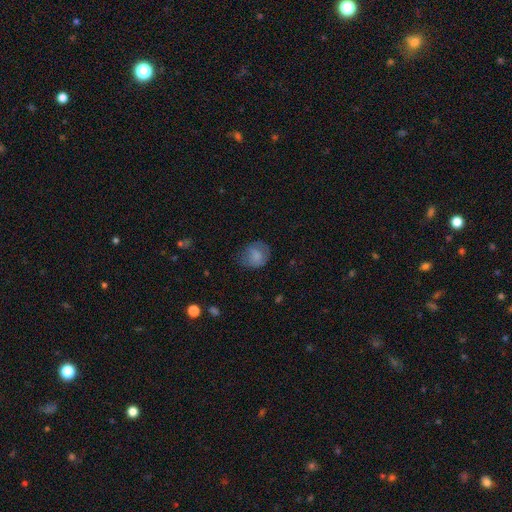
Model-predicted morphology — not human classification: The model was most divided on "how rounded": round: 66%, in between: 33%, cigar-shaped: 1%. More confident: smooth or featured — smooth (75%); merging — none (60%).